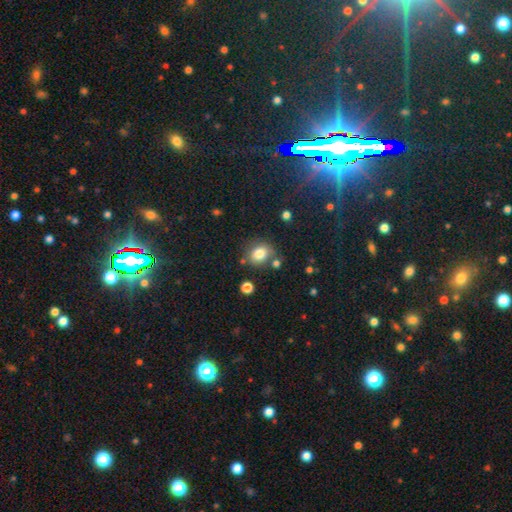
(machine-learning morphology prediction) This is clearly a smooth galaxy (80%). How rounded: possibly round (55%). Merging: likely none (72%).